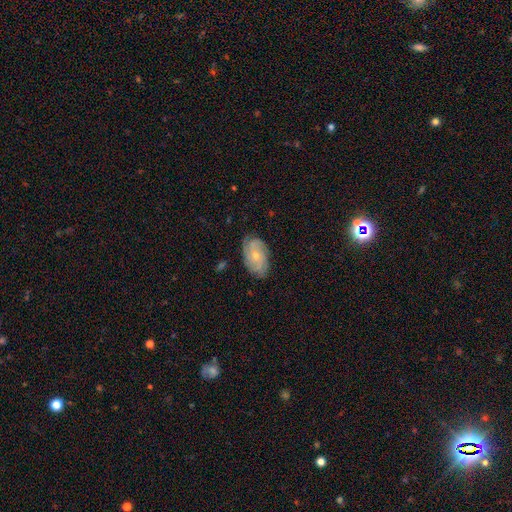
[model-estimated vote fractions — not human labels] smooth-or-featured: featured or disk: 69% | smooth: 24% | star or artifact: 7%
  disk-edge-on: no: 96% | yes: 4%
    bar: no: 75% | weak: 22% | strong: 3%
    has-spiral-arms: yes: 92% | no: 8%
      spiral-winding: tight: 54% | medium: 34% | loose: 12%
      spiral-arm-count: can't tell: 31% | 3: 26% | 2: 20% | 4: 13% | more than 4: 5% | 1: 5%
    bulge-size: small: 61% | moderate: 35% | none: 2% | large: 1% | dominant: 1%
  merging: none: 77% | minor disturbance: 18% | major disturbance: 4% | merger: 1%